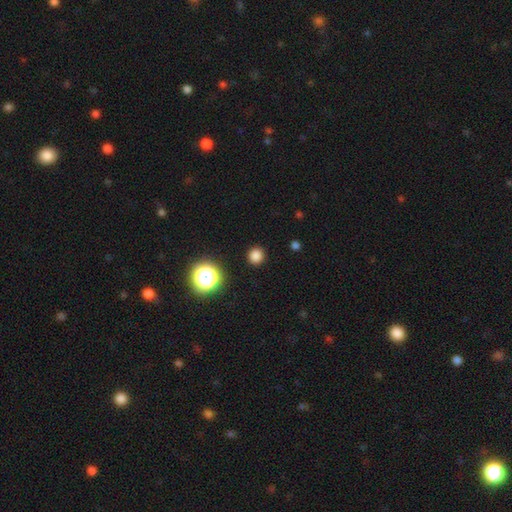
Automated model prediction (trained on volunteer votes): Q: Smooth or featured?
A: smooth (81%); runner-up: star or artifact (15%)
Q: How rounded?
A: round (94%); runner-up: in between (5%)
Q: Merging?
A: none (91%); runner-up: minor disturbance (5%)